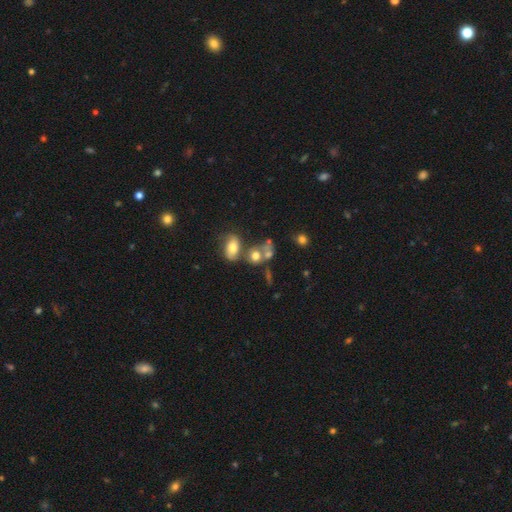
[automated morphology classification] smooth-or-featured: smooth: 65% | featured or disk: 20% | star or artifact: 15%
  how-rounded: in between: 49% | round: 48% | cigar-shaped: 3%
  merging: merger: 47% | none: 32% | minor disturbance: 12% | major disturbance: 9%